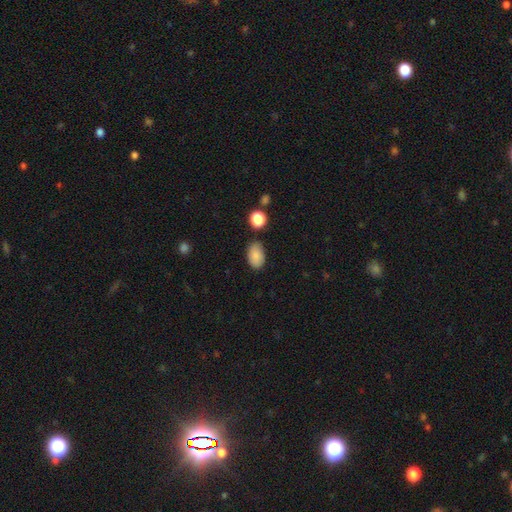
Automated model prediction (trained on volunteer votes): Q: Smooth or featured?
A: smooth (86%); runner-up: star or artifact (8%)
Q: How rounded?
A: in between (90%); runner-up: round (8%)
Q: Merging?
A: none (79%); runner-up: minor disturbance (15%)